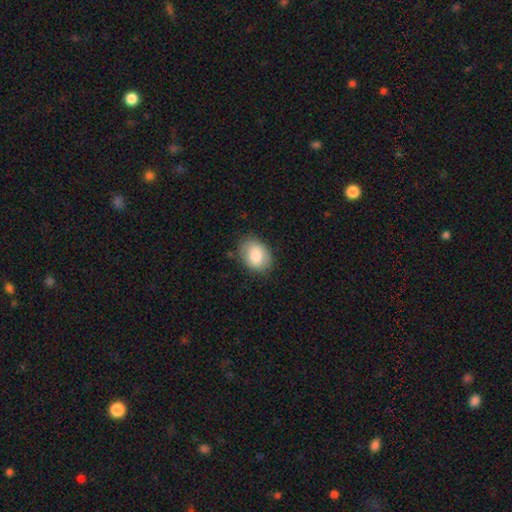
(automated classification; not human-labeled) Smooth or featured?
  - smooth: 80% *
  - featured or disk: 13%
  - star or artifact: 7%
How rounded?
  - in between: 73% *
  - round: 26%
  - cigar-shaped: 1%
Merging?
  - none: 82% *
  - minor disturbance: 14%
  - major disturbance: 3%
  - merger: 1%